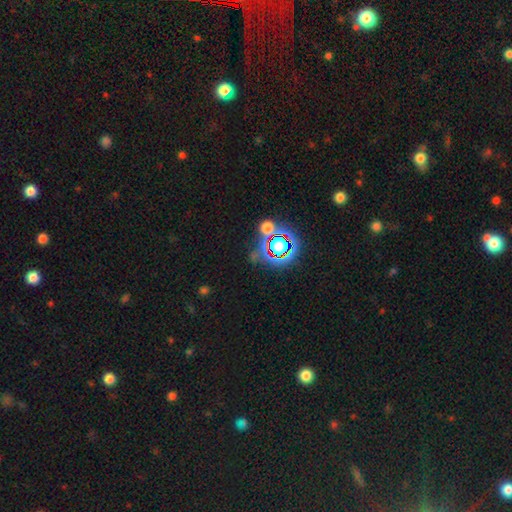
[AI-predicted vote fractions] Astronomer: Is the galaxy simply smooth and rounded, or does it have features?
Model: star or artifact — 73%.